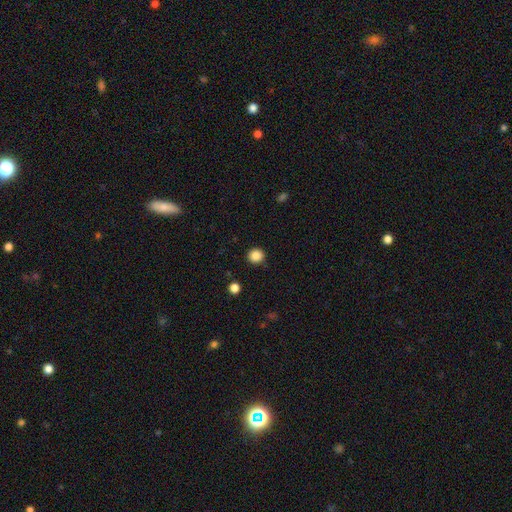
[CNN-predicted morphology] Q: Smooth or featured?
A: smooth (86%); runner-up: star or artifact (10%)
Q: How rounded?
A: round (91%); runner-up: in between (8%)
Q: Merging?
A: none (92%); runner-up: minor disturbance (5%)